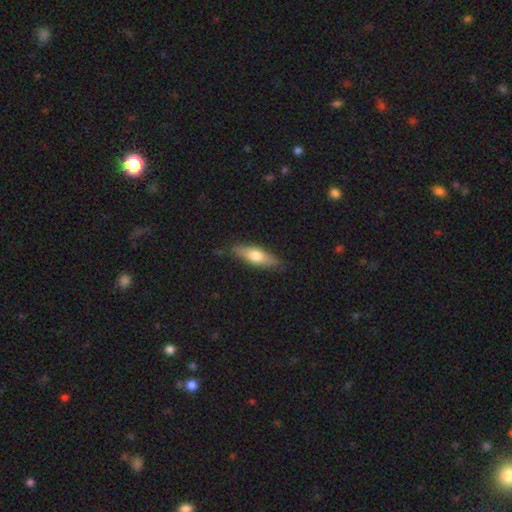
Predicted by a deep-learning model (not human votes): This is possibly a smooth galaxy (59%). How rounded: possibly cigar-shaped (53%). Merging: clearly none (83%).